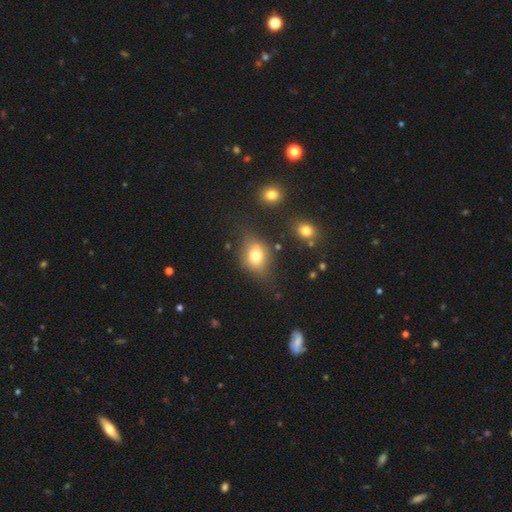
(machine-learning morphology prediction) This is likely a smooth galaxy (72%). How rounded: possibly in between (60%). Merging: likely none (66%).